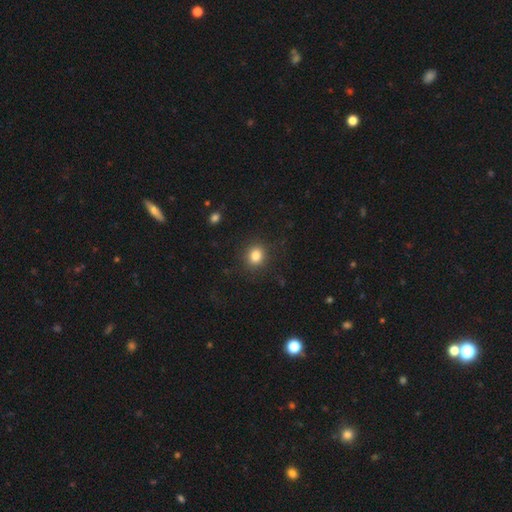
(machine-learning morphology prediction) The model was most divided on "how rounded": round: 75%, in between: 24%, cigar-shaped: 1%. More confident: merging — none (87%); smooth or featured — smooth (83%).